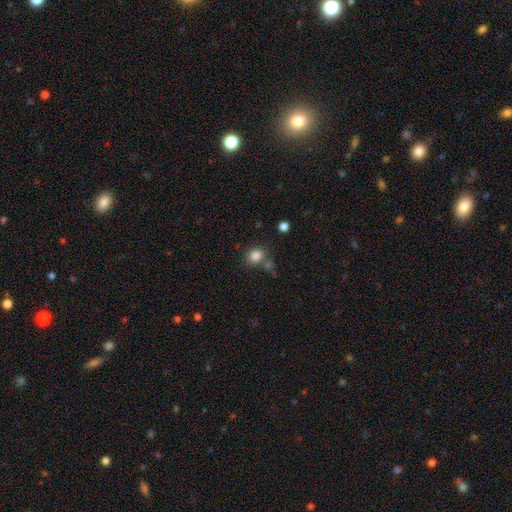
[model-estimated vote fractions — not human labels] Overall: smooth (83%). How rounded: round (68%; in between 31%). Merging: none (64%).